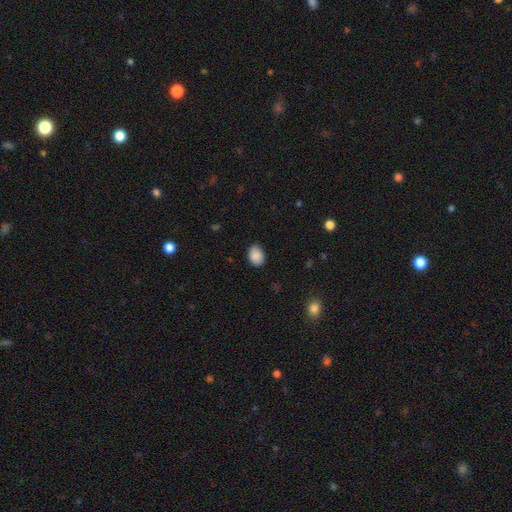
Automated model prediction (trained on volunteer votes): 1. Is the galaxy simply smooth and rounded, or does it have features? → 89% smooth, 7% star or artifact, 4% featured or disk.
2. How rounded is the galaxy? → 72% in between, 28% round, 1% cigar-shaped.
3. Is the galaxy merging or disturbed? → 81% none, 16% minor disturbance, 3% major disturbance, 1% merger.